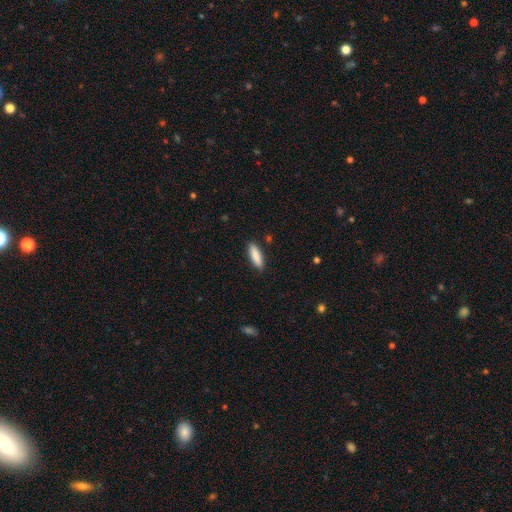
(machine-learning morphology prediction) A smooth galaxy with no disk features (87%) that is cigar-shaped (58%). Merging: none (88%).